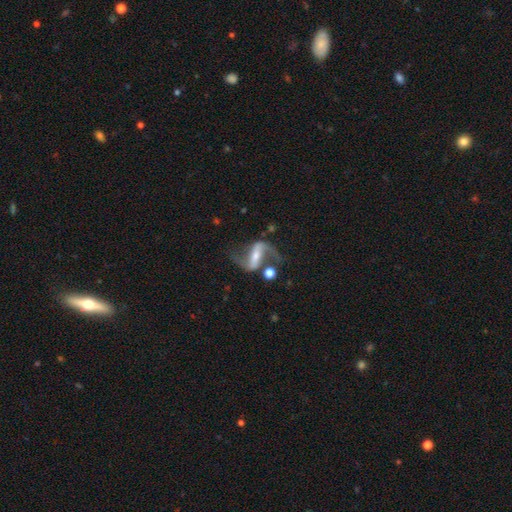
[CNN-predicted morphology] type=featured or disk (87%); edge-on=no (95%); bar=strong (64%); spiral arms=yes (94%); winding=loose (67%); arm count=2 (92%); bulge=small (47%); merging=none (65%).